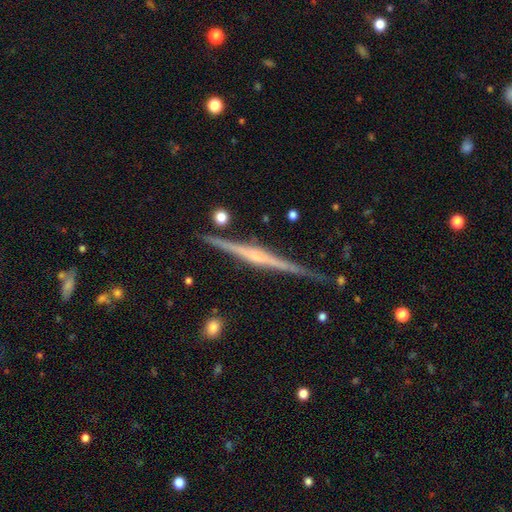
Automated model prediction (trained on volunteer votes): A featured or disk galaxy (84%) viewed edge-on (98%) with a rounded central bulge (57%). Merging: none (87%).